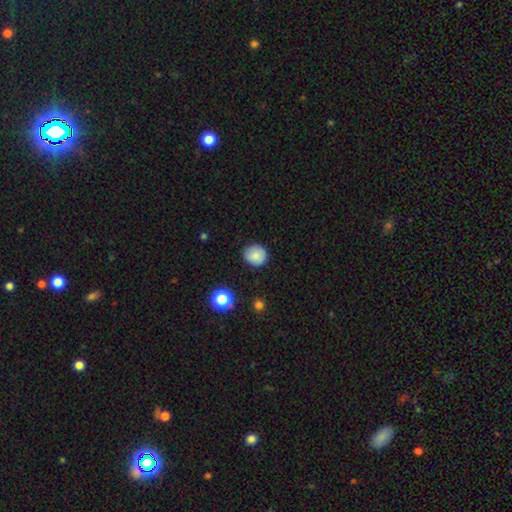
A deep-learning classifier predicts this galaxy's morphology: smooth-or-featured: smooth: 82% | star or artifact: 10% | featured or disk: 8%
  how-rounded: round: 85% | in between: 14% | cigar-shaped: 1%
  merging: none: 86% | minor disturbance: 10% | major disturbance: 2% | merger: 1%